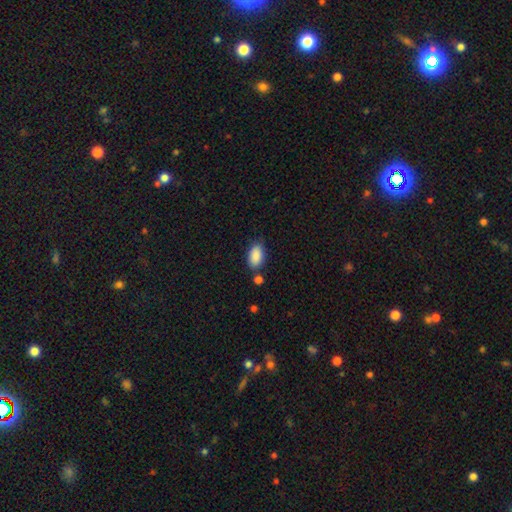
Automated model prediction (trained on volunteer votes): Smooth or featured: smooth — 89% (star or artifact — 7%)
How rounded: in between — 93% (round — 5%)
Merging: none — 72% (minor disturbance — 16%)